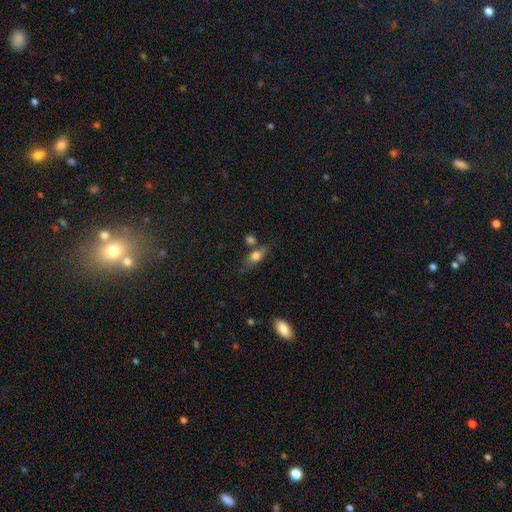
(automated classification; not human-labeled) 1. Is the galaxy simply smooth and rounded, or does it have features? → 74% smooth, 16% featured or disk, 9% star or artifact.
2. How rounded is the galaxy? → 75% in between, 13% cigar-shaped, 12% round.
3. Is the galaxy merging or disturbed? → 58% none, 19% minor disturbance, 16% merger, 7% major disturbance.